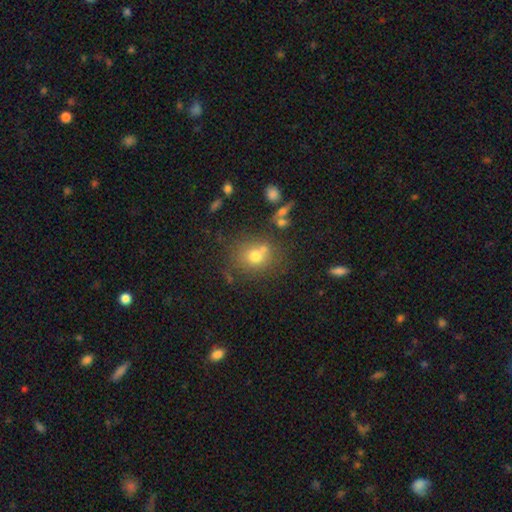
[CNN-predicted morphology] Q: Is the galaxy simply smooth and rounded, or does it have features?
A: smooth — 70%.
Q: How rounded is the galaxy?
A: round — 72%.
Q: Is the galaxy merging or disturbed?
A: none — 58%.